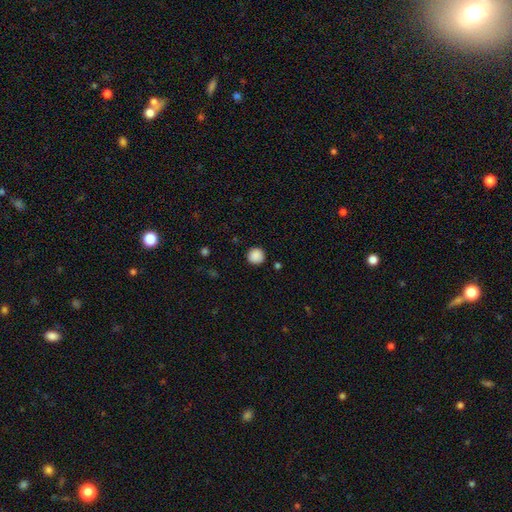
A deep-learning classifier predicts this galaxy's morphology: smooth 88%, star or artifact 9%, featured or disk 3%. Down the decision tree: how rounded — round (94%); merging — none (90%).